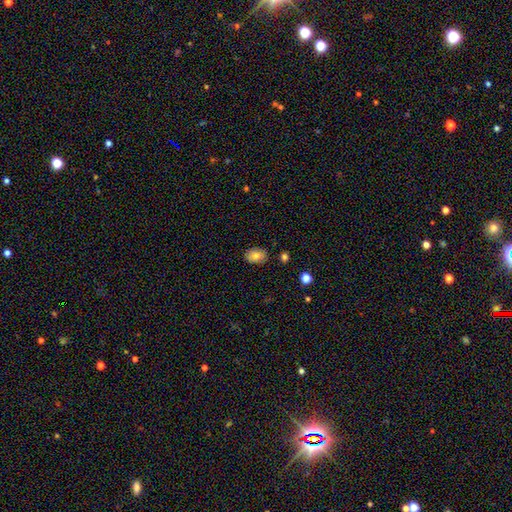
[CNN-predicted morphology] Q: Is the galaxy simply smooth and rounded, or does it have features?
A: smooth — 77%.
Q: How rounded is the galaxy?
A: in between — 84%.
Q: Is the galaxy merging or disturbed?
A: none — 85%.